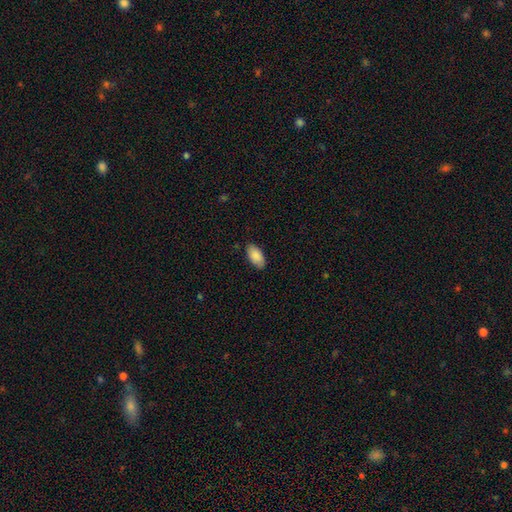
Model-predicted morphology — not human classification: This is clearly a smooth galaxy (89%). How rounded: clearly in between (95%). Merging: clearly none (84%).